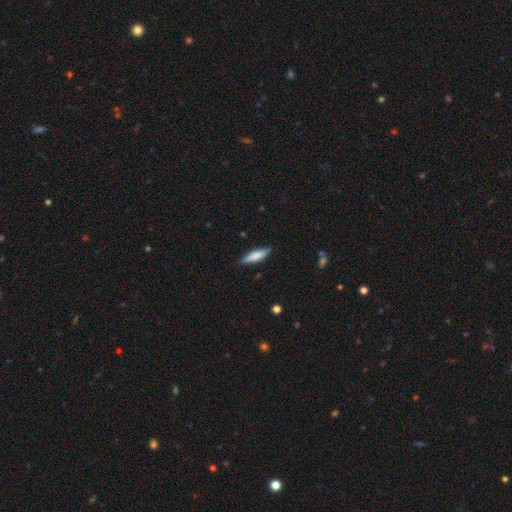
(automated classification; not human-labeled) The model was most divided on "smooth or featured": smooth: 68%, featured or disk: 26%, star or artifact: 6%. More confident: merging — none (85%); how rounded — cigar-shaped (74%).